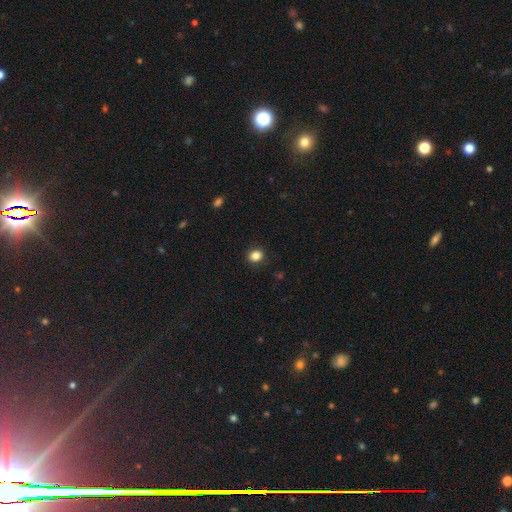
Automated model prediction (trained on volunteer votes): The model was most divided on "how rounded": round: 67%, in between: 32%, cigar-shaped: 1%. More confident: merging — none (91%); smooth or featured — smooth (86%).